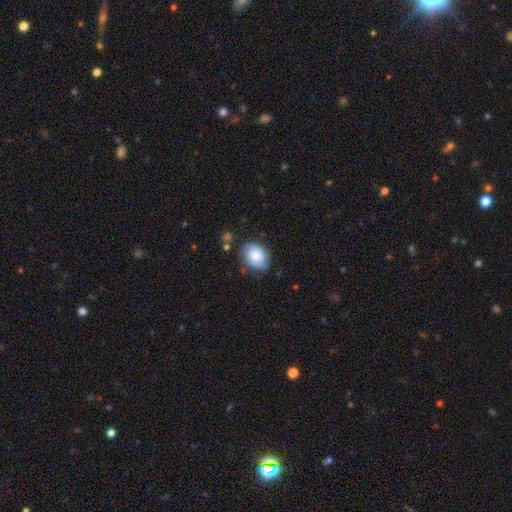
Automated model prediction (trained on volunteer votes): The model was most divided on "how rounded": in between: 62%, round: 37%, cigar-shaped: 1%. More confident: merging — none (72%); smooth or featured — smooth (65%).